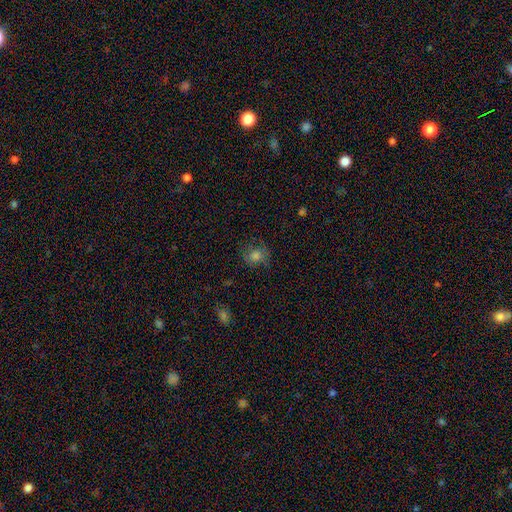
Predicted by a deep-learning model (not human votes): smooth_or_featured: smooth (p=0.72) [alt: star or artifact p=0.15]
how_rounded: round (p=0.79) [alt: in between p=0.20]
merging: none (p=0.72) [alt: minor disturbance p=0.18]